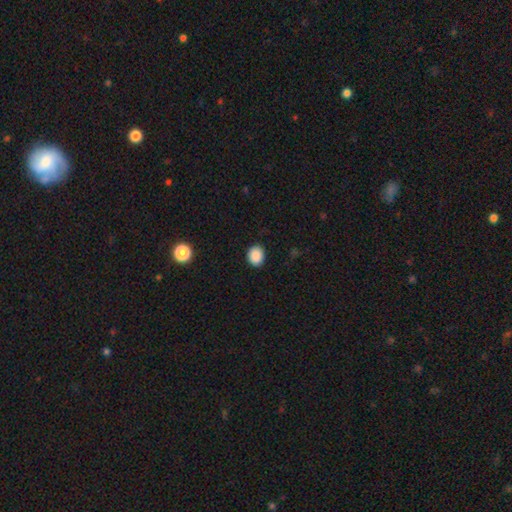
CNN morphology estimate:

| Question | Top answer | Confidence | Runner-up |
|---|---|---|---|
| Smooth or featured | smooth | 88% | star or artifact (9%) |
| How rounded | round | 61% | in between (38%) |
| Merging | none | 89% | minor disturbance (8%) |